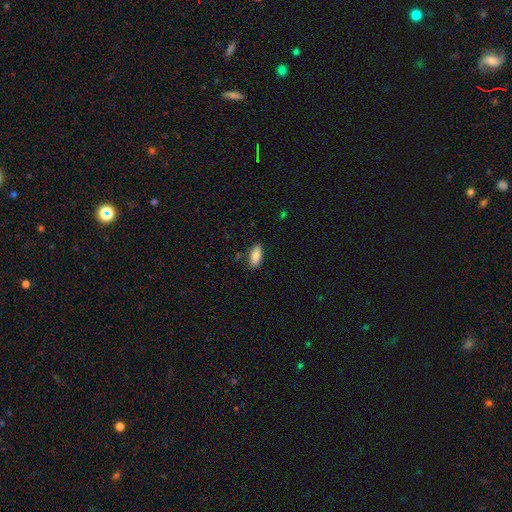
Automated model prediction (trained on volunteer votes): Smooth or featured? Predicted: smooth (p=0.83). How rounded? Predicted: in between (p=0.83). Merging? Predicted: none (p=0.84).